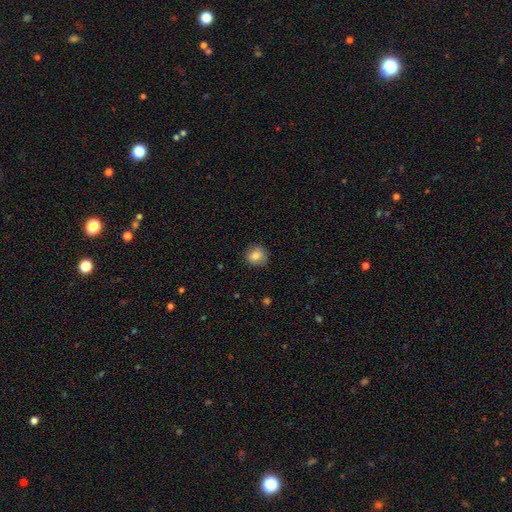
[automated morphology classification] smooth 81%, featured or disk 10%, star or artifact 9%. Down the decision tree: how rounded — round (84%); merging — none (86%).